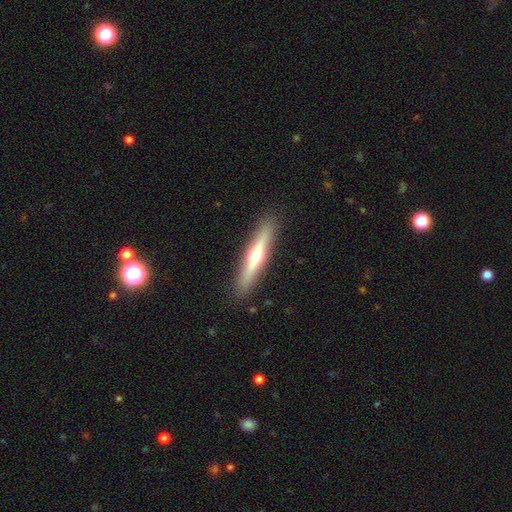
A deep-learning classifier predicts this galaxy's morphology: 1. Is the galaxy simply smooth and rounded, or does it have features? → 54% featured or disk, 40% smooth, 6% star or artifact.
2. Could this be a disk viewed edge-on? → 93% yes, 7% no.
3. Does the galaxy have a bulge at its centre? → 86% rounded, 11% none, 3% boxy.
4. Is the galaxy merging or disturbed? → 90% none, 7% minor disturbance, 2% major disturbance, 1% merger.